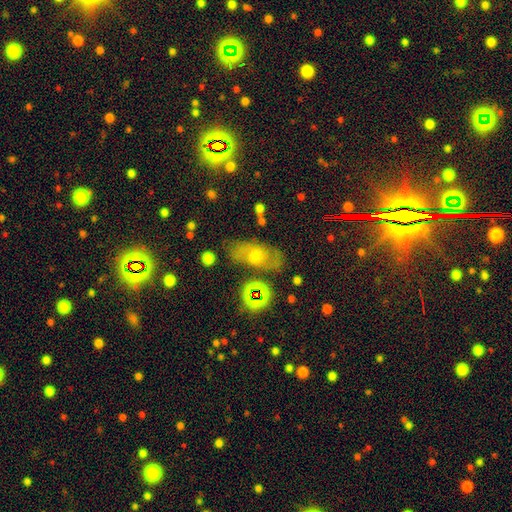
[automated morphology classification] Smooth or featured?
  - smooth: 45% *
  - featured or disk: 34%
  - star or artifact: 21%
Merging?
  - none: 70% *
  - minor disturbance: 18%
  - major disturbance: 7%
  - merger: 5%